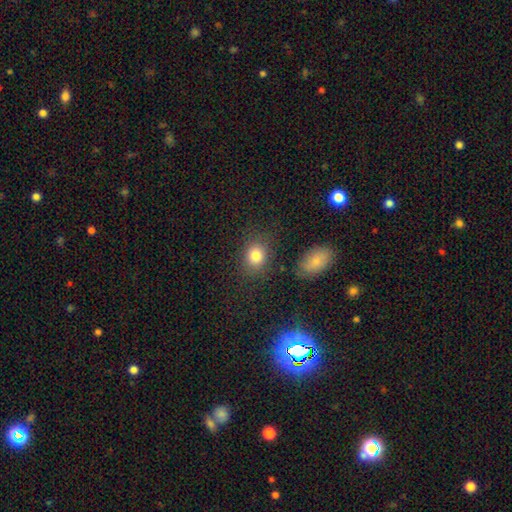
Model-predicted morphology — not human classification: smooth_or_featured: smooth (p=0.83) [alt: star or artifact p=0.10]
how_rounded: round (p=0.53) [alt: in between p=0.46]
merging: none (p=0.79) [alt: minor disturbance p=0.12]